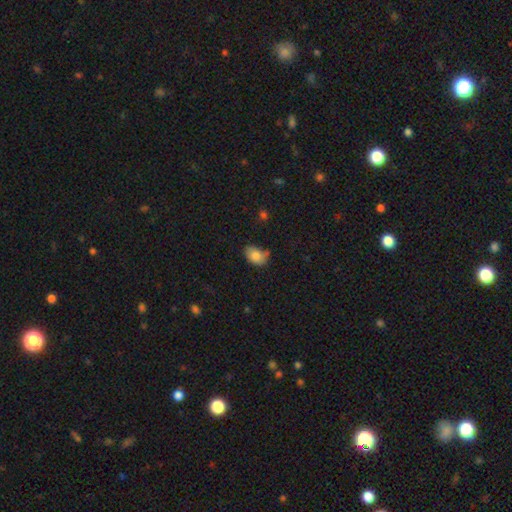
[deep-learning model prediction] smooth-or-featured: smooth: 84% | featured or disk: 8% | star or artifact: 8%
  how-rounded: in between: 83% | round: 16% | cigar-shaped: 1%
  merging: none: 64% | minor disturbance: 24% | merger: 7% | major disturbance: 5%